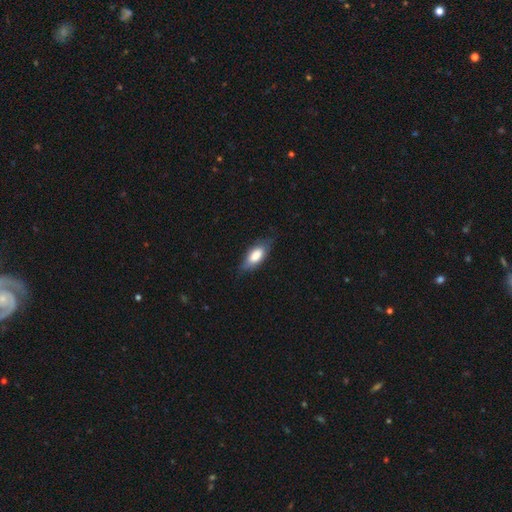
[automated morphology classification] Smooth or featured: smooth — 75% (featured or disk — 19%)
How rounded: in between — 82% (cigar-shaped — 15%)
Merging: none — 72% (minor disturbance — 22%)